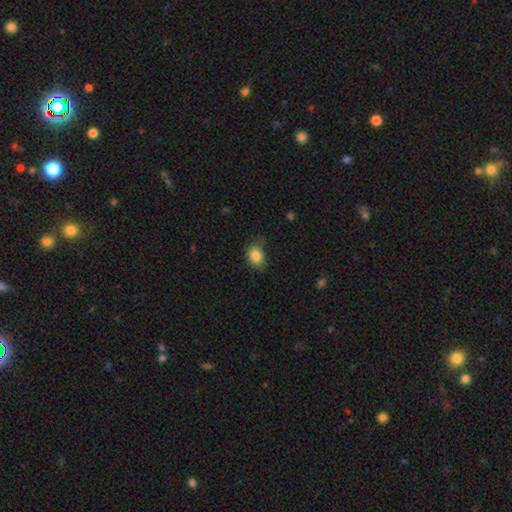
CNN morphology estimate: This appears to be a smooth galaxy with no disk features (85%) that is in between round and cigar-shaped (69%). Merging: none (70%).